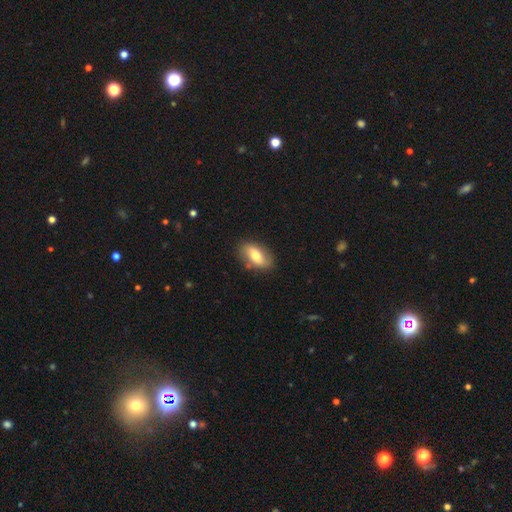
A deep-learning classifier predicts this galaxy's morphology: A smooth galaxy with no disk features (63%) that is in between round and cigar-shaped (89%). Merging: none (83%).